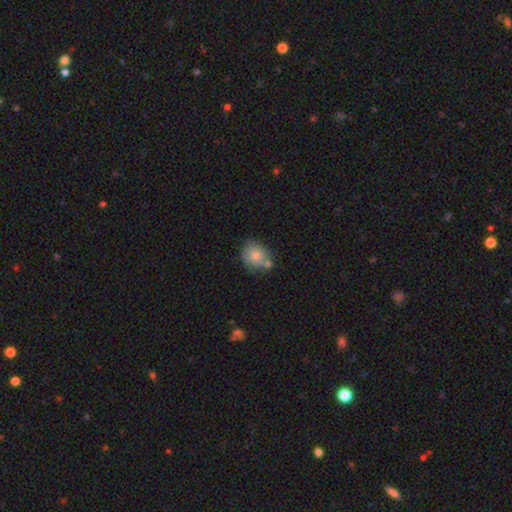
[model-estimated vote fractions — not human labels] Smooth or featured: smooth — 73% (featured or disk — 20%)
How rounded: round — 53% (in between — 46%)
Merging: none — 47% (minor disturbance — 24%)